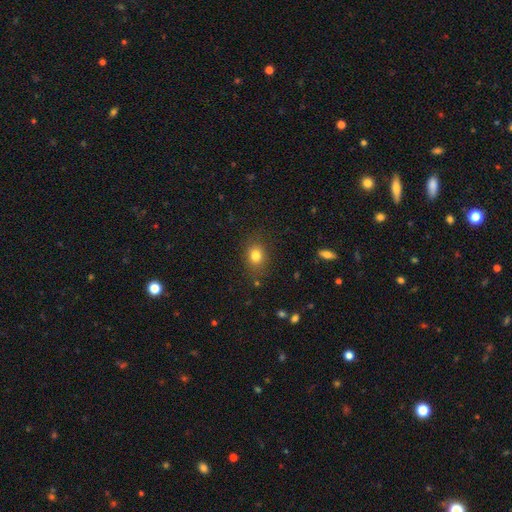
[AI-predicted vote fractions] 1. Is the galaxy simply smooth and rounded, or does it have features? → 79% smooth, 13% star or artifact, 8% featured or disk.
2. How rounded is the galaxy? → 54% round, 45% in between, 1% cigar-shaped.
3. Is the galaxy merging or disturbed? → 82% none, 12% minor disturbance, 4% major disturbance, 2% merger.